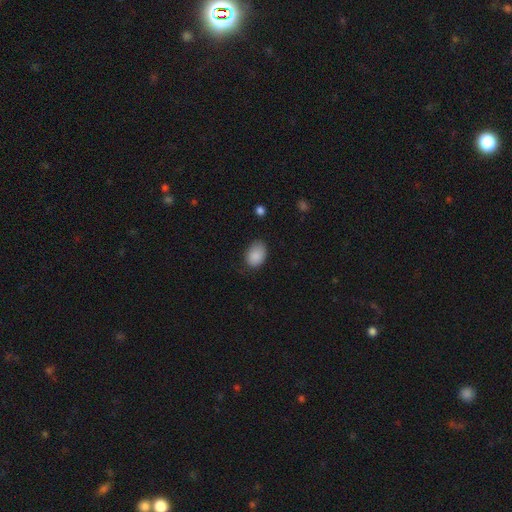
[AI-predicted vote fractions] Smooth or featured? Predicted: smooth (p=0.87). How rounded? Predicted: in between (p=0.79). Merging? Predicted: none (p=0.68).